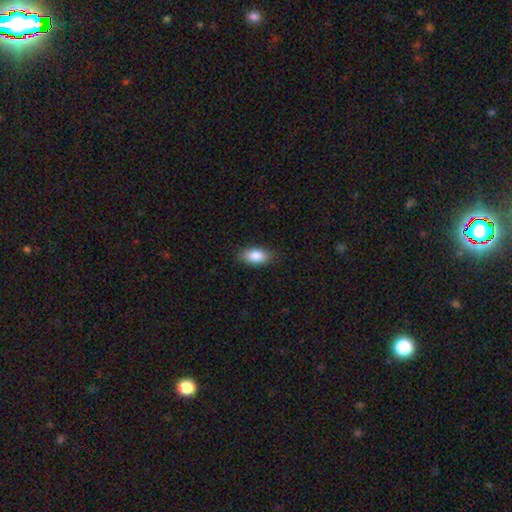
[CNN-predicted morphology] The model was most divided on "merging": none: 85%, minor disturbance: 12%, major disturbance: 2%, merger: 1%. More confident: how rounded — in between (91%); smooth or featured — smooth (85%).